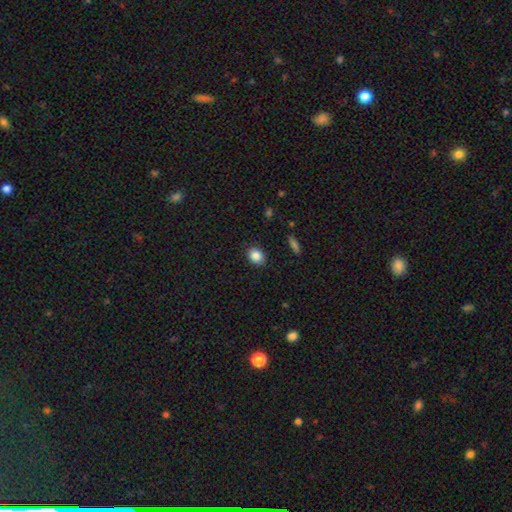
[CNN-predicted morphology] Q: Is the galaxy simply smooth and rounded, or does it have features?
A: smooth — 86%.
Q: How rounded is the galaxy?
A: in between — 50%.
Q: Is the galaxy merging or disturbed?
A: none — 89%.